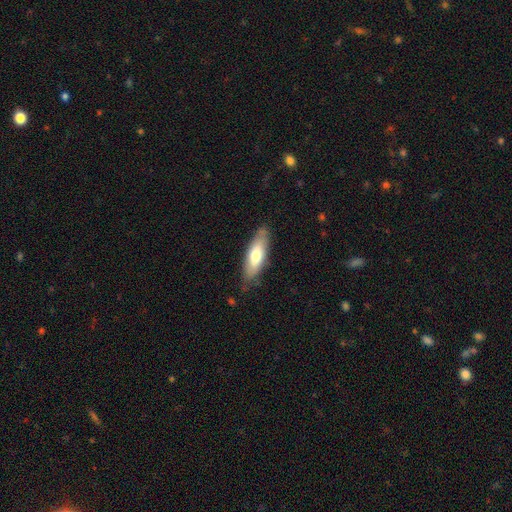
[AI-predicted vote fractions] Smooth or featured? Predicted: smooth (p=0.65). How rounded? Predicted: in between (p=0.59). Merging? Predicted: none (p=0.78).